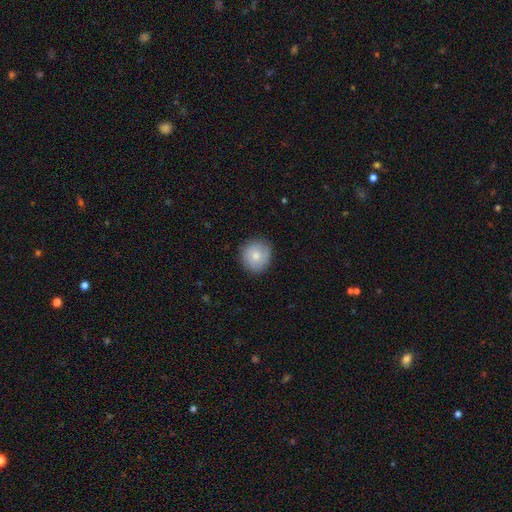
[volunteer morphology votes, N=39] This is clearly a smooth galaxy (85%). How rounded: clearly round (97%). Merging: clearly none (86%).